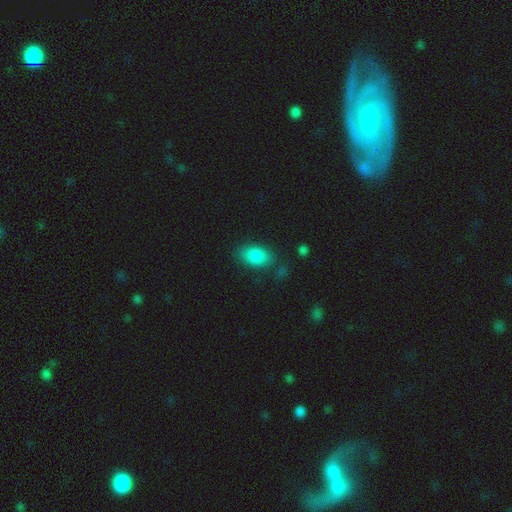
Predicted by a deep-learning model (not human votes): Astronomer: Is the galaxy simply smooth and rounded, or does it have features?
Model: smooth — 86%.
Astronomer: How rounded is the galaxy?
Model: in between — 89%.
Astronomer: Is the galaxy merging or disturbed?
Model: none — 75%.